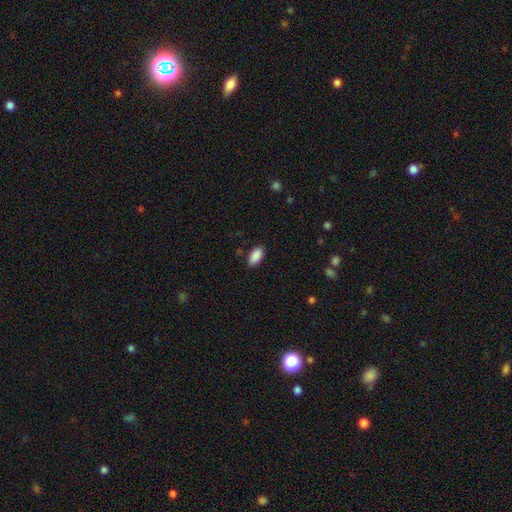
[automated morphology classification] Q: Smooth or featured?
A: smooth (90%); runner-up: star or artifact (7%)
Q: How rounded?
A: in between (93%); runner-up: cigar-shaped (5%)
Q: Merging?
A: none (86%); runner-up: minor disturbance (11%)